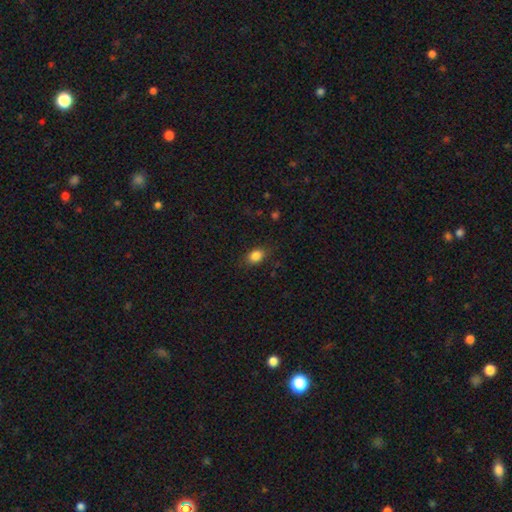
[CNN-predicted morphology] This appears to be a smooth galaxy with no disk features (84%) that is in between round and cigar-shaped (70%). Merging: none (82%).